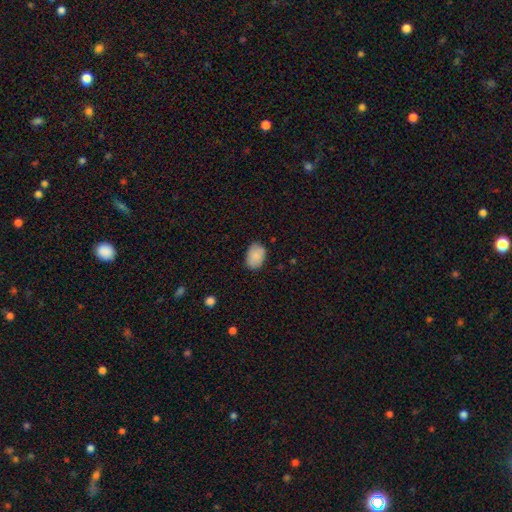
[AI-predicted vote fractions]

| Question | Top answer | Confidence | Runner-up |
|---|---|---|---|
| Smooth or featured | smooth | 88% | star or artifact (7%) |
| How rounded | in between | 82% | round (17%) |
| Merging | none | 83% | minor disturbance (14%) |